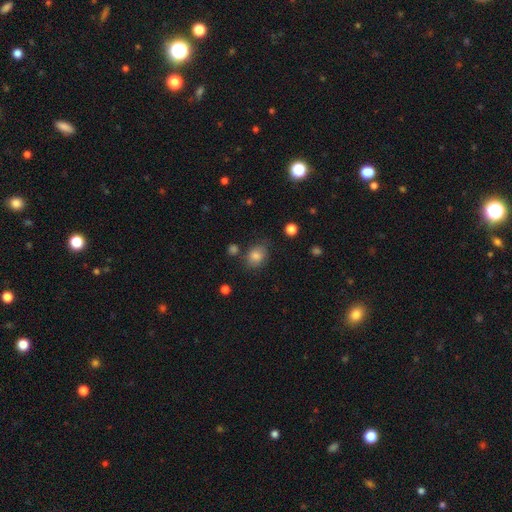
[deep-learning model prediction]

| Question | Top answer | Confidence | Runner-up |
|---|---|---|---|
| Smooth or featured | smooth | 80% | star or artifact (12%) |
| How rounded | in between | 53% | round (46%) |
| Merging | none | 72% | minor disturbance (19%) |